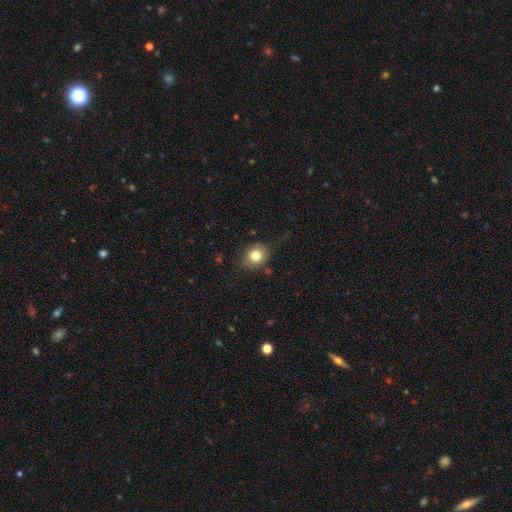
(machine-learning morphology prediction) smooth_or_featured: smooth (p=0.80) [alt: star or artifact p=0.11]
how_rounded: round (p=0.73) [alt: in between p=0.26]
merging: none (p=0.79) [alt: minor disturbance p=0.15]